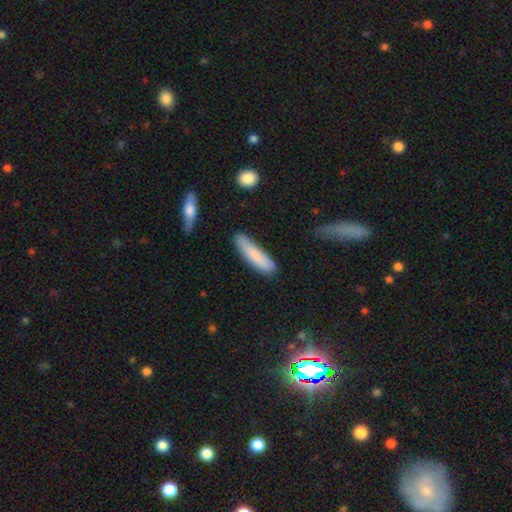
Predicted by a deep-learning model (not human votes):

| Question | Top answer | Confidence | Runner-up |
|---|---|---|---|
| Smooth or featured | smooth | 81% | featured or disk (13%) |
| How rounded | cigar-shaped | 79% | in between (20%) |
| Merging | none | 76% | minor disturbance (18%) |